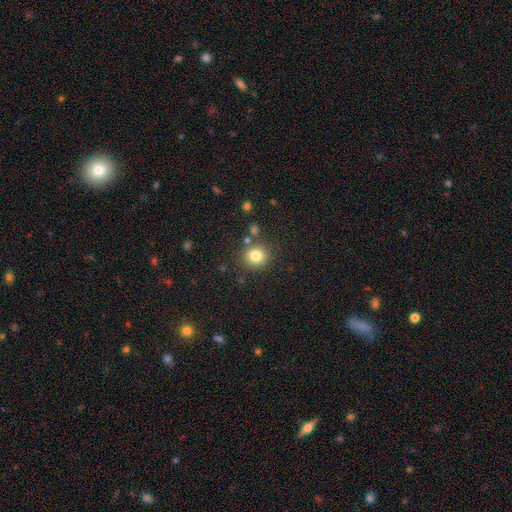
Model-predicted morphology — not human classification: A smooth galaxy with no disk features (81%) that is round (86%). Merging: none (82%).